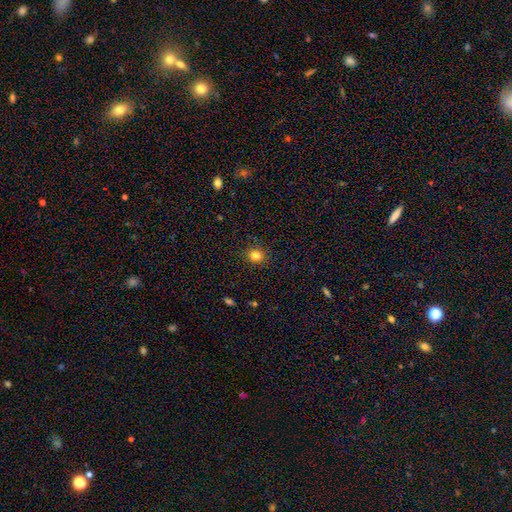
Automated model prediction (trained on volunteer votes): Smooth or featured: smooth — 82% (star or artifact — 13%)
How rounded: round — 77% (in between — 22%)
Merging: none — 88% (minor disturbance — 8%)